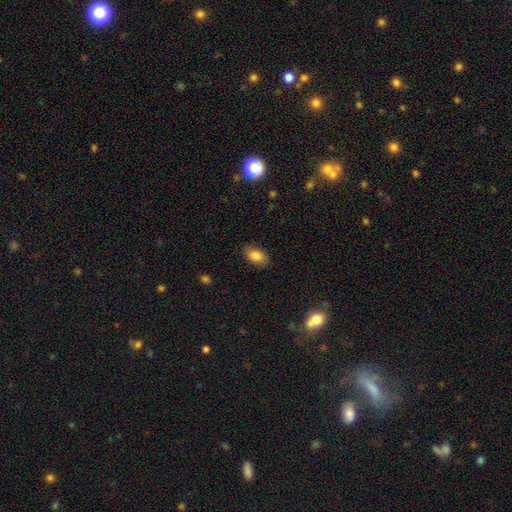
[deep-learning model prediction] This appears to be a smooth galaxy with no disk features (84%) that is in between round and cigar-shaped (90%). Merging: none (86%).